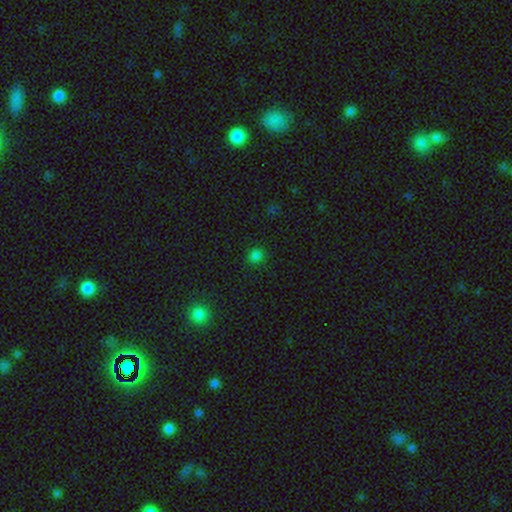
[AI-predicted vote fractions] Smooth or featured? smooth (78%)
How rounded? round (81%)
Merging? none (87%)